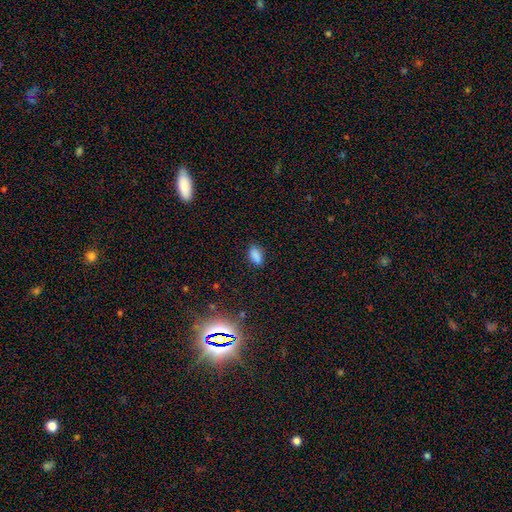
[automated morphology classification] Smooth or featured: smooth — 84% (star or artifact — 11%)
How rounded: in between — 89% (cigar-shaped — 7%)
Merging: none — 83% (minor disturbance — 12%)